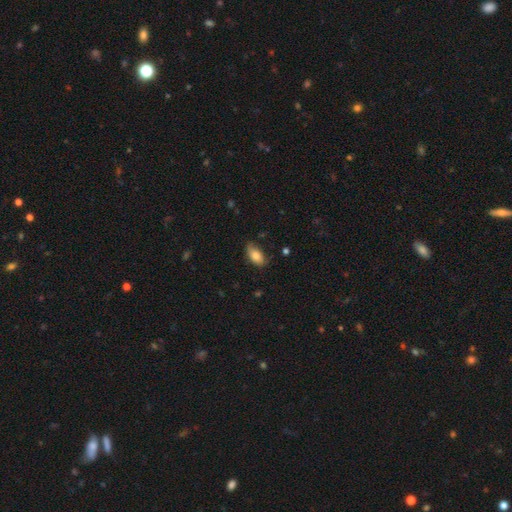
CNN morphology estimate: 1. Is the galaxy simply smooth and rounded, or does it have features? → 82% smooth, 11% featured or disk, 7% star or artifact.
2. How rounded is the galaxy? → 92% in between, 4% round, 4% cigar-shaped.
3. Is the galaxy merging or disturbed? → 69% none, 25% minor disturbance, 5% major disturbance, 2% merger.